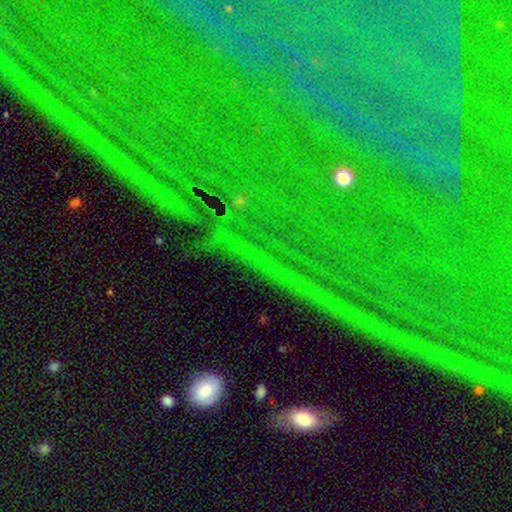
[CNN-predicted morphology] Smooth or featured? star or artifact (79%)